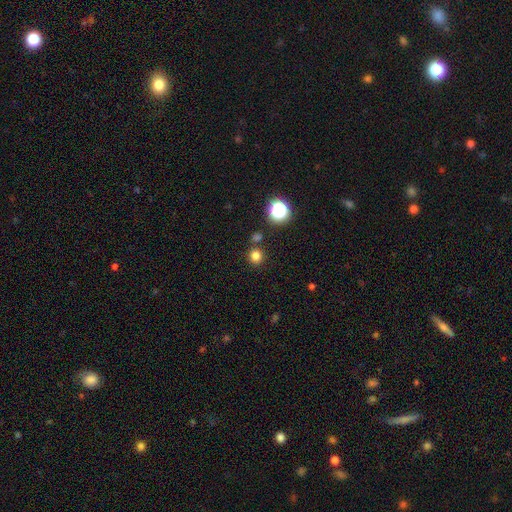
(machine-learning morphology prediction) Overall: smooth (78%). How rounded: round (90%). Merging: none (80%).